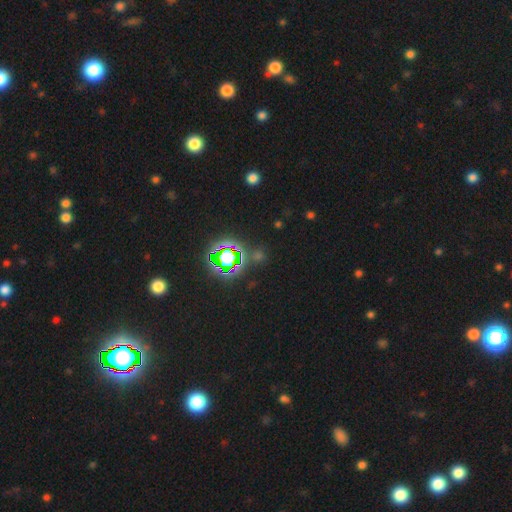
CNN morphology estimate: A star or artifact, not a galaxy (74%).